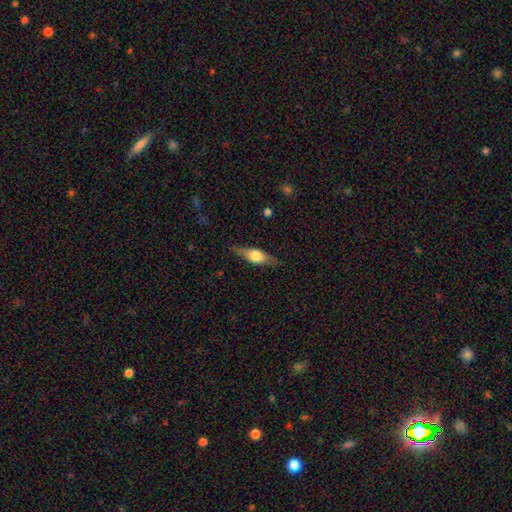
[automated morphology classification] A featured or disk galaxy (50%) viewed edge-on (91%). Merging: none (83%).